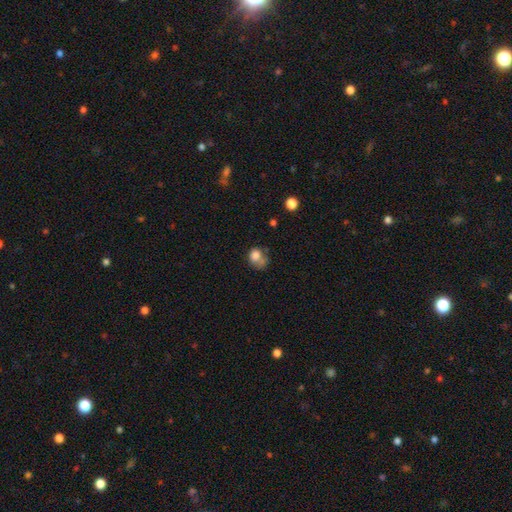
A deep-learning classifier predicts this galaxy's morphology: A smooth galaxy with no disk features (77%) that is round (57%).

Vote fractions:
- Smooth or featured? smooth: 77% / featured or disk: 12% / star or artifact: 11%
- How rounded? round: 57% / in between: 42% / cigar-shaped: 1%
- Merging? none: 32% / minor disturbance: 24% / merger: 23% / major disturbance: 20%